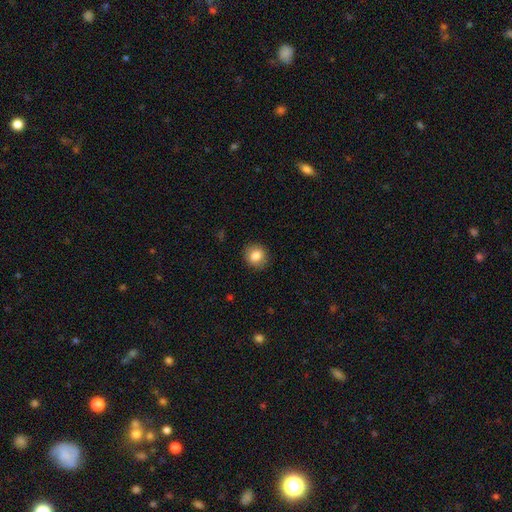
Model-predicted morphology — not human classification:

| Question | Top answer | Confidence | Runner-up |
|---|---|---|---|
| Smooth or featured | smooth | 83% | star or artifact (9%) |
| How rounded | round | 81% | in between (19%) |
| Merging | none | 89% | minor disturbance (7%) |